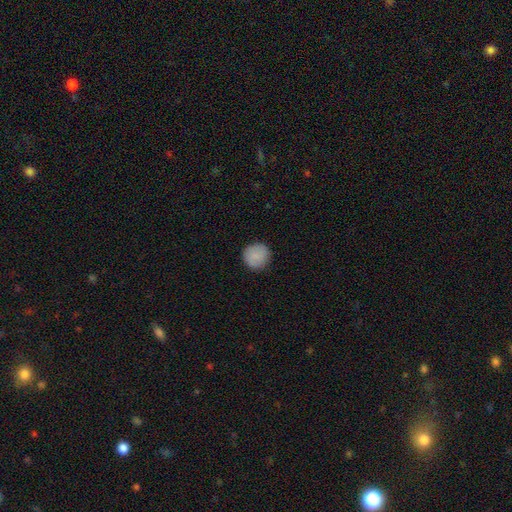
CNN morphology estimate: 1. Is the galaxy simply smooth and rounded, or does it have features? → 86% smooth, 7% star or artifact, 7% featured or disk.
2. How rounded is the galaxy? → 92% round, 7% in between, 1% cigar-shaped.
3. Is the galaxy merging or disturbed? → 88% none, 9% minor disturbance, 2% major disturbance, 1% merger.